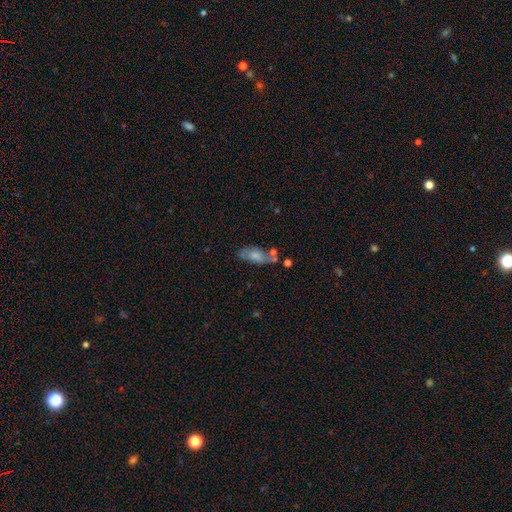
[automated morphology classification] smooth_or_featured: smooth (p=0.64) [alt: featured or disk p=0.29]
how_rounded: in between (p=0.78) [alt: cigar-shaped p=0.19]
merging: none (p=0.50) [alt: minor disturbance p=0.23]